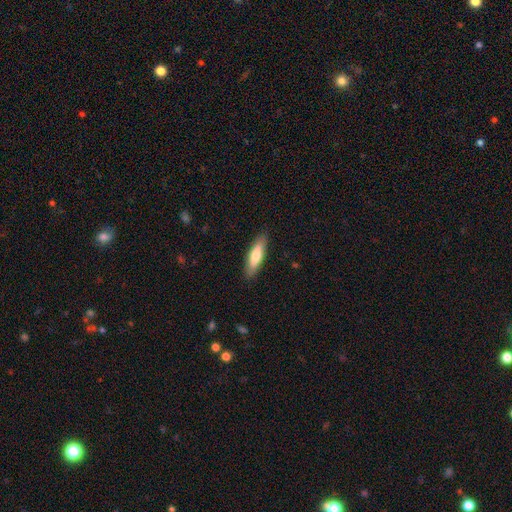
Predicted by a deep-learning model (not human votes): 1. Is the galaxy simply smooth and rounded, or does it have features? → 67% smooth, 27% featured or disk, 6% star or artifact.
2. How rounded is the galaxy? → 63% cigar-shaped, 35% in between, 2% round.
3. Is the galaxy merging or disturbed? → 88% none, 9% minor disturbance, 2% major disturbance, 1% merger.